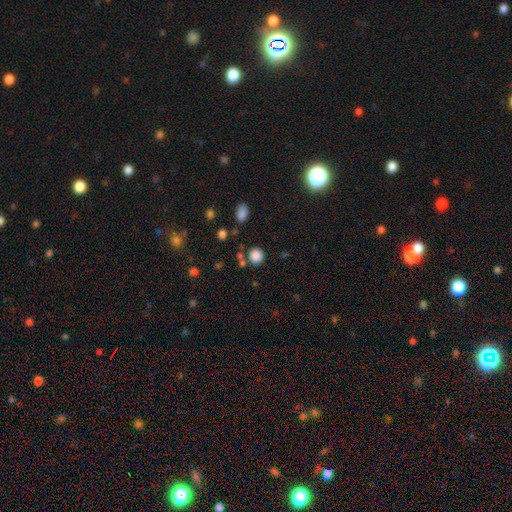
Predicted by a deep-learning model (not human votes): Smooth or featured?
  - smooth: 84% *
  - star or artifact: 12%
  - featured or disk: 4%
How rounded?
  - round: 87% *
  - in between: 12%
  - cigar-shaped: 1%
Merging?
  - none: 79% *
  - minor disturbance: 10%
  - merger: 8%
  - major disturbance: 4%